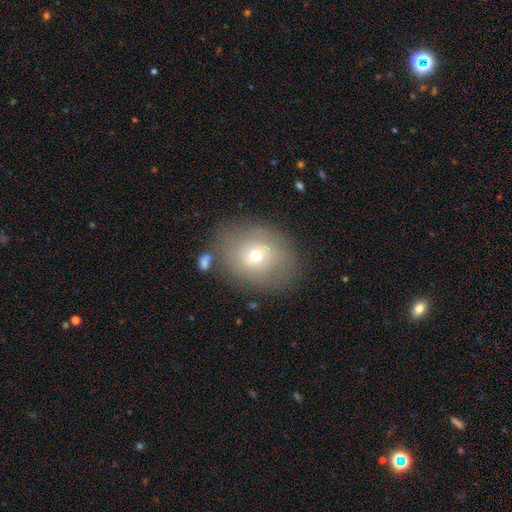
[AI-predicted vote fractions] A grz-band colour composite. It shows a smooth galaxy with no disk features (55%) that is round (55%). Merging: none (76%).